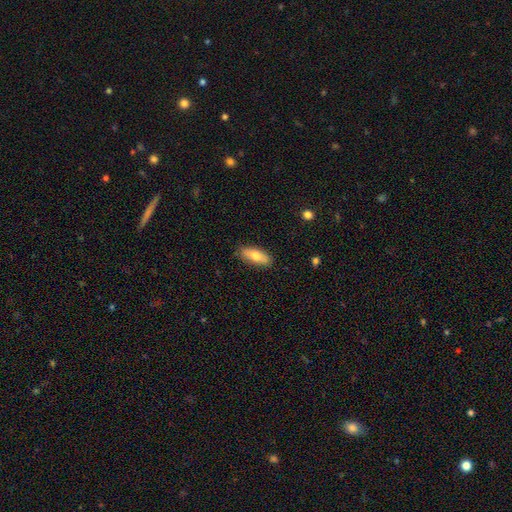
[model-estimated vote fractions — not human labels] Q: Smooth or featured?
A: smooth (71%); runner-up: featured or disk (22%)
Q: How rounded?
A: in between (73%); runner-up: cigar-shaped (24%)
Q: Merging?
A: none (85%); runner-up: minor disturbance (11%)